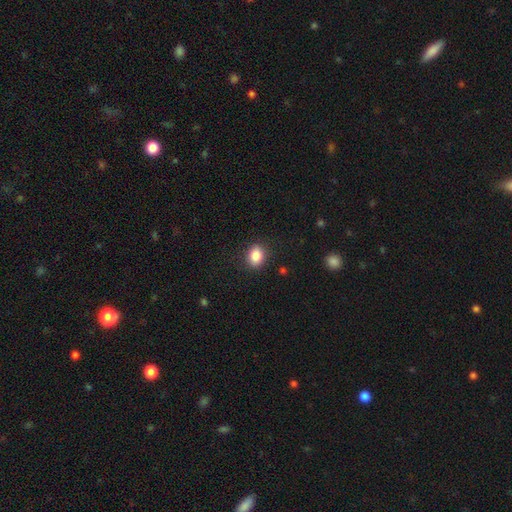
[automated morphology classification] Smooth or featured?
  - smooth: 86% *
  - star or artifact: 9%
  - featured or disk: 5%
How rounded?
  - in between: 58% *
  - round: 41%
  - cigar-shaped: 1%
Merging?
  - none: 88% *
  - minor disturbance: 8%
  - major disturbance: 3%
  - merger: 1%